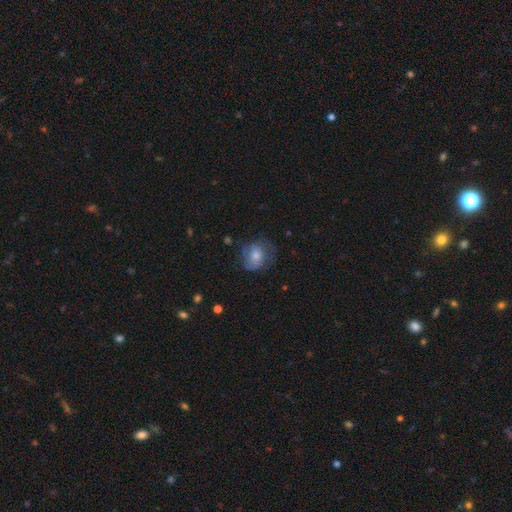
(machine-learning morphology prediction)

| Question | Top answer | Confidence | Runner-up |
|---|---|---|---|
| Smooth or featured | smooth | 60% | featured or disk (32%) |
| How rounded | round | 68% | in between (31%) |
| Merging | none | 51% | minor disturbance (27%) |